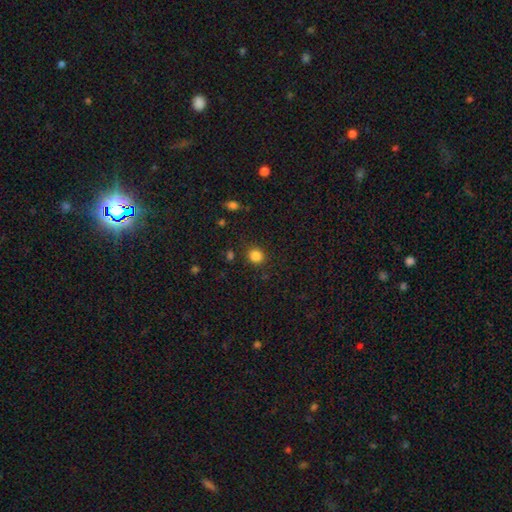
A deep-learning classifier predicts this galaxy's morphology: Smooth or featured? smooth (84%)
How rounded? round (80%)
Merging? none (86%)